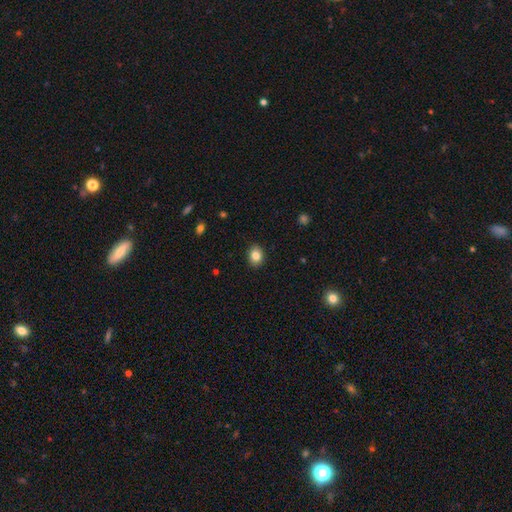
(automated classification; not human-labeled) This is clearly a smooth galaxy (84%). How rounded: possibly in between (54%). Merging: clearly none (90%).